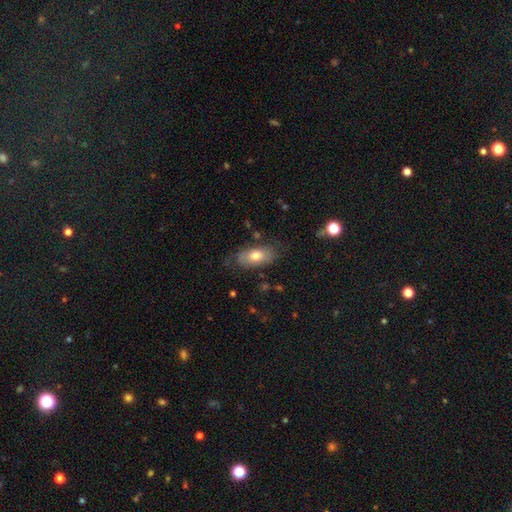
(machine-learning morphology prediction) Overall: smooth (67%). How rounded: in between (90%). Merging: none (70%).